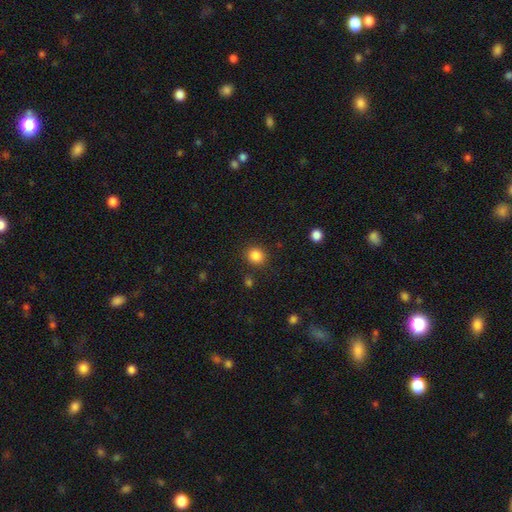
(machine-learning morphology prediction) A smooth galaxy with no disk features (86%) that is round (82%).

Vote fractions:
- Smooth or featured? smooth: 86% / star or artifact: 11% / featured or disk: 4%
- How rounded? round: 82% / in between: 17% / cigar-shaped: 1%
- Merging? none: 87% / minor disturbance: 7% / major disturbance: 3% / merger: 2%